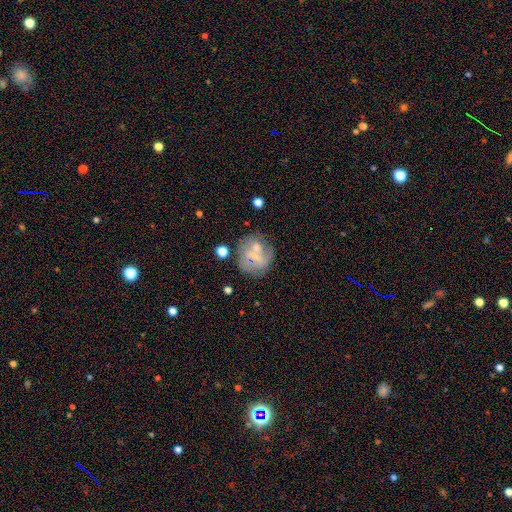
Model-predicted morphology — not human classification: Smooth or featured?
  - featured or disk: 48% *
  - smooth: 38%
  - star or artifact: 14%
Merging?
  - none: 52% *
  - minor disturbance: 19%
  - major disturbance: 16%
  - merger: 13%